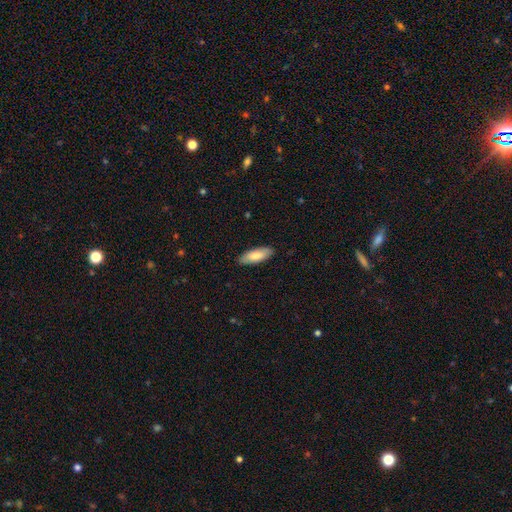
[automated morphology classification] smooth 81%, featured or disk 14%, star or artifact 5%. Down the decision tree: how rounded — in between (70%); merging — none (88%).